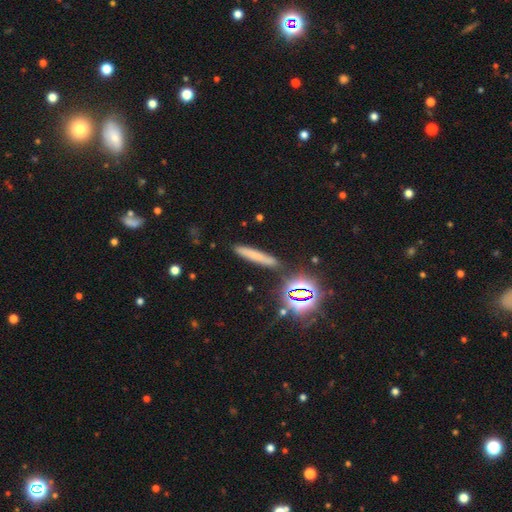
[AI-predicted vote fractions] Q: Smooth or featured?
A: smooth (60%); runner-up: star or artifact (21%)
Q: How rounded?
A: cigar-shaped (90%); runner-up: in between (6%)
Q: Merging?
A: none (85%); runner-up: minor disturbance (9%)